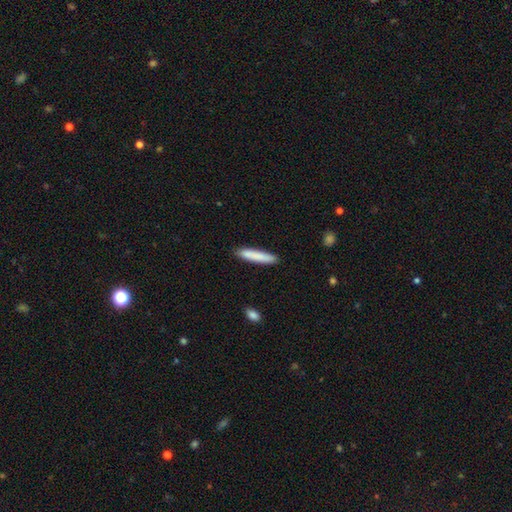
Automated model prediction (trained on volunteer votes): Smooth or featured: smooth — 83% (featured or disk — 11%)
How rounded: cigar-shaped — 90% (in between — 9%)
Merging: none — 89% (minor disturbance — 8%)